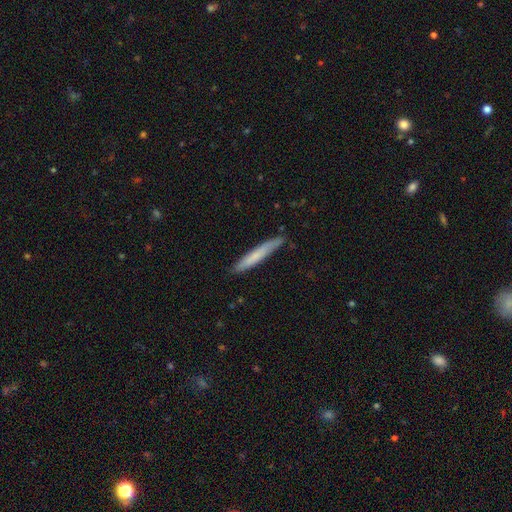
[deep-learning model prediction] Smooth or featured? Predicted: smooth (p=0.68). How rounded? Predicted: cigar-shaped (p=0.95). Merging? Predicted: none (p=0.84).